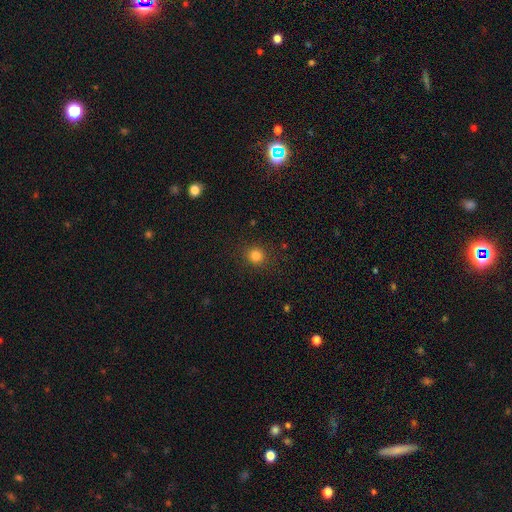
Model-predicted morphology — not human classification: Overall: smooth (82%). How rounded: round (91%). Merging: none (90%).